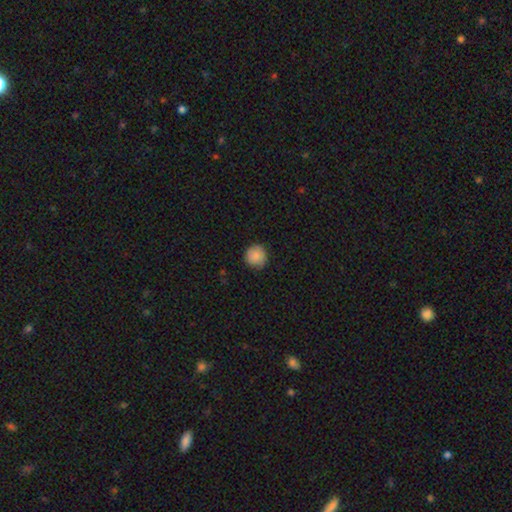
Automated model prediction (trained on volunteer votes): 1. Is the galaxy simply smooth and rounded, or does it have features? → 86% smooth, 8% star or artifact, 6% featured or disk.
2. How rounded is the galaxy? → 94% round, 6% in between, 1% cigar-shaped.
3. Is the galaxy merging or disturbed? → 84% none, 13% minor disturbance, 2% major disturbance, 1% merger.